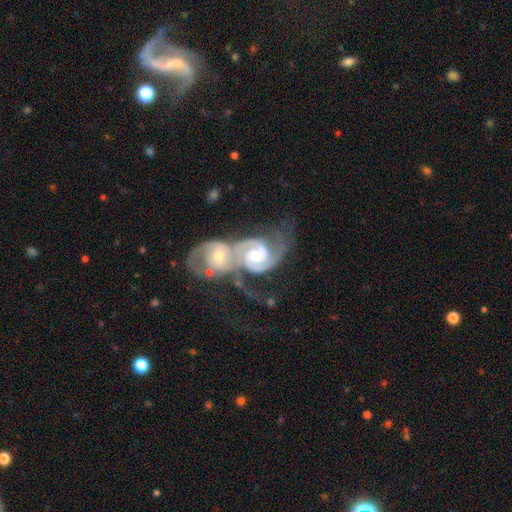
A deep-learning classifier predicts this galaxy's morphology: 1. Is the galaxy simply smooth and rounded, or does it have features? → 92% featured or disk, 5% smooth, 3% star or artifact.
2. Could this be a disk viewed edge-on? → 98% no, 2% yes.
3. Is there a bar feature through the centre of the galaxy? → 51% no, 36% weak, 12% strong.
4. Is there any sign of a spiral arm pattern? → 98% yes, 2% no.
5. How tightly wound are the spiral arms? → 46% medium, 43% tight, 10% loose.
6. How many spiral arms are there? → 88% 2, 4% can't tell, 3% 3, 2% 1, 1% 4, 1% more than 4.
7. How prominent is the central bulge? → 70% moderate, 19% small, 8% large, 1% none, 1% dominant.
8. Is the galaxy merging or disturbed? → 81% merger, 9% none, 5% major disturbance, 5% minor disturbance.